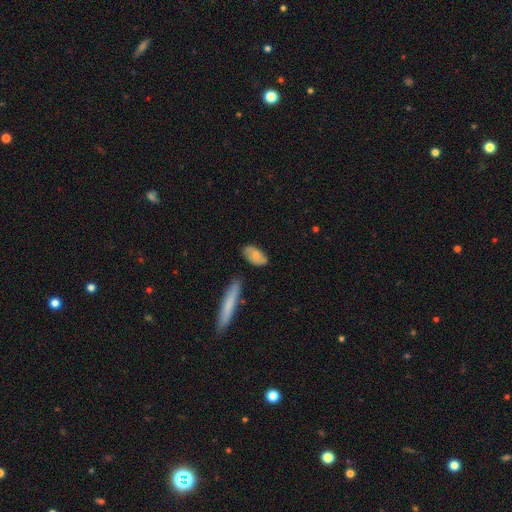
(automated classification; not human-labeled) A smooth galaxy with no disk features (64%) that is in between round and cigar-shaped (89%).

Vote fractions:
- Smooth or featured? smooth: 64% / featured or disk: 29% / star or artifact: 7%
- How rounded? in between: 89% / cigar-shaped: 7% / round: 4%
- Merging? none: 74% / minor disturbance: 18% / major disturbance: 4% / merger: 4%